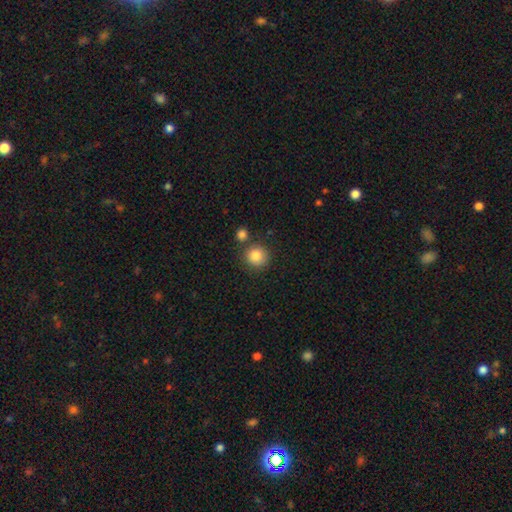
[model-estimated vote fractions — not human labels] This appears to be a smooth galaxy with no disk features (85%) that is round (92%). Merging: none (76%).